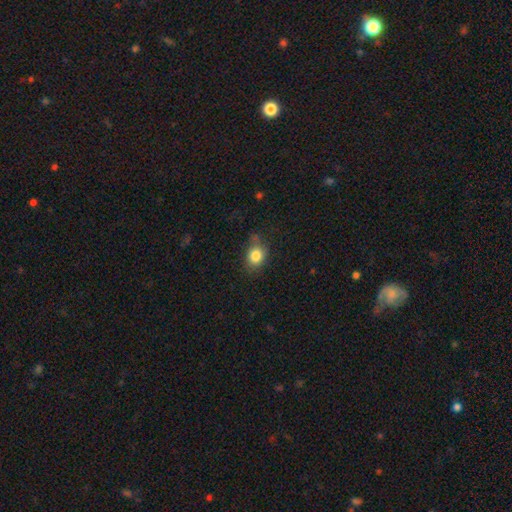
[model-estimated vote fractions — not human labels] Morphology: type=smooth (83%); roundness=round (54%); merging=none (67%).